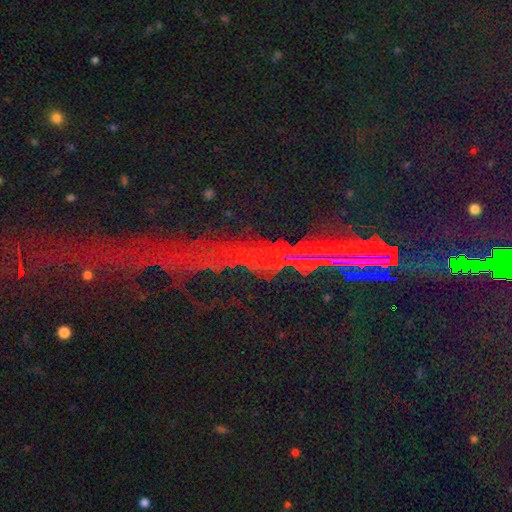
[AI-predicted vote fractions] A star or artifact, not a galaxy (82%).

Vote fractions:
- Smooth or featured? star or artifact: 82% / featured or disk: 10% / smooth: 8%